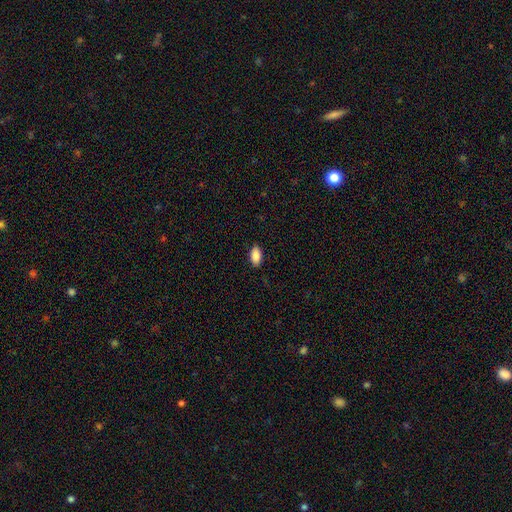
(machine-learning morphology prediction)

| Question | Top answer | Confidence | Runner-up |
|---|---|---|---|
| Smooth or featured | smooth | 89% | star or artifact (7%) |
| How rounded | in between | 93% | round (4%) |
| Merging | none | 88% | minor disturbance (9%) |